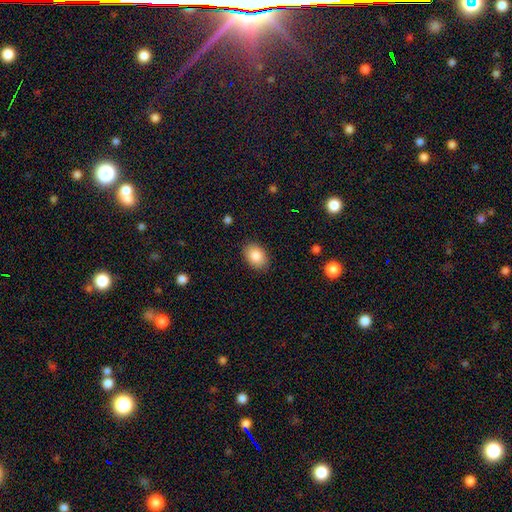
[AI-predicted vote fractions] smooth-or-featured: smooth: 87% | star or artifact: 7% | featured or disk: 6%
  how-rounded: in between: 80% | round: 19% | cigar-shaped: 1%
  merging: none: 87% | minor disturbance: 9% | major disturbance: 2% | merger: 1%